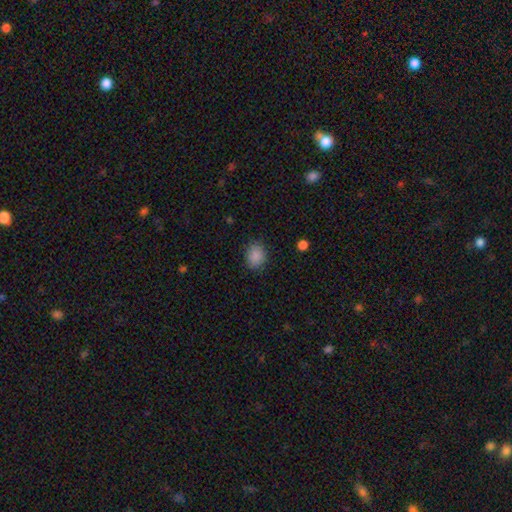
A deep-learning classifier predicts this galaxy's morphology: smooth-or-featured: smooth: 87% | star or artifact: 9% | featured or disk: 4%
  how-rounded: in between: 50% | round: 49% | cigar-shaped: 1%
  merging: none: 84% | minor disturbance: 11% | major disturbance: 3% | merger: 1%